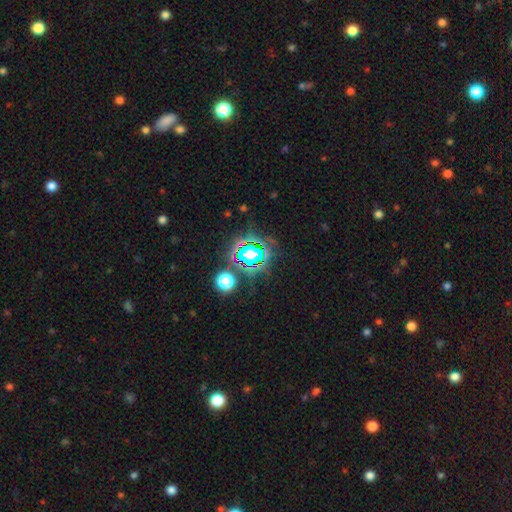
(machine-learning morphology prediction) A star or artifact, not a galaxy (78%).